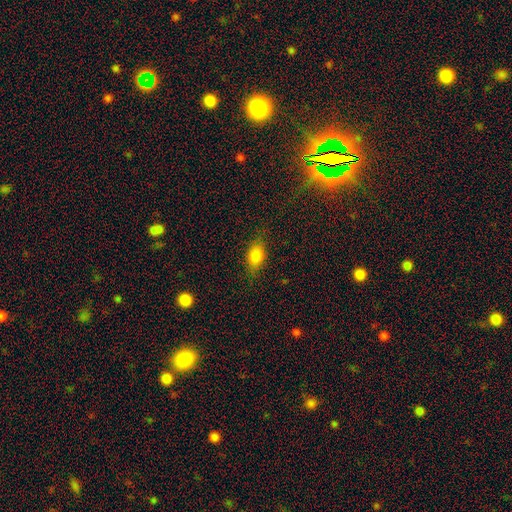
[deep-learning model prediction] Smooth or featured? smooth (81%)
How rounded? in between (80%)
Merging? none (78%)